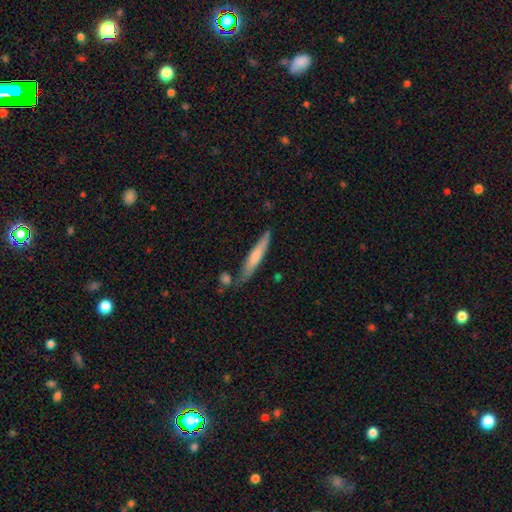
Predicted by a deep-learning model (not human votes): Morphology: type=smooth (56%); roundness=cigar-shaped (93%); merging=none (77%).